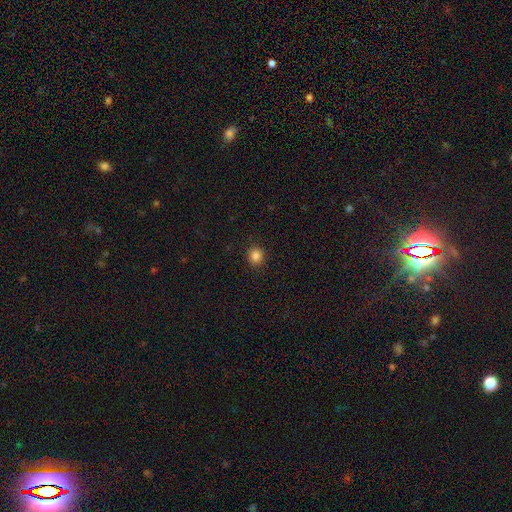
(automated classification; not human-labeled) Smooth or featured?
  - smooth: 85% *
  - star or artifact: 12%
  - featured or disk: 4%
How rounded?
  - round: 86% *
  - in between: 13%
  - cigar-shaped: 1%
Merging?
  - none: 91% *
  - minor disturbance: 6%
  - major disturbance: 2%
  - merger: 1%